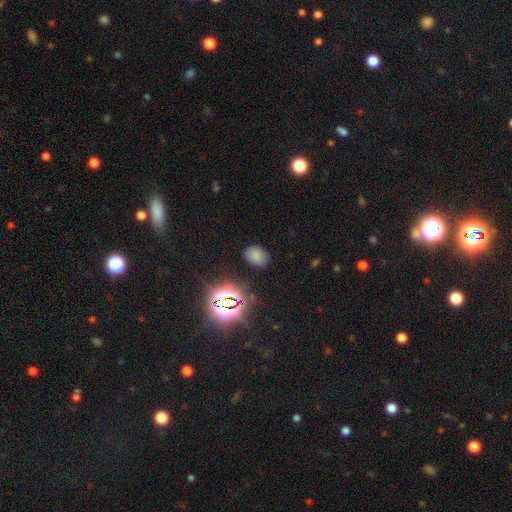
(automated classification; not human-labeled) Morphology: type=smooth (69%); roundness=in between (74%); merging=none (80%).